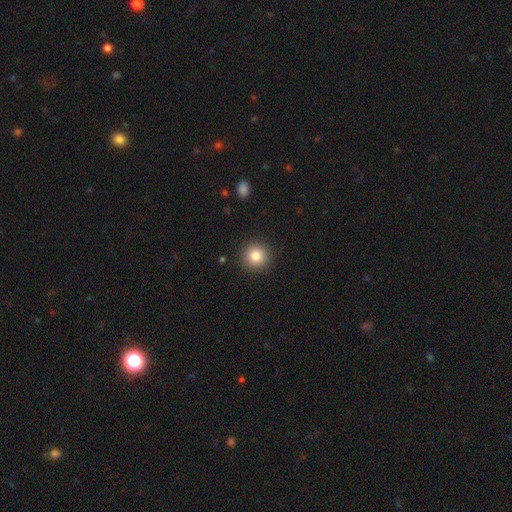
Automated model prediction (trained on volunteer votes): This is clearly a smooth galaxy (84%). How rounded: clearly round (94%). Merging: clearly none (91%).